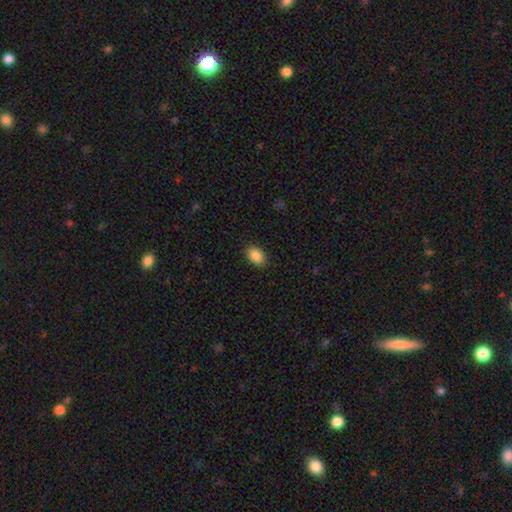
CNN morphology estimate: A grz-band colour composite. It shows a smooth galaxy with no disk features (88%) that is in between round and cigar-shaped (84%). Merging: none (88%).